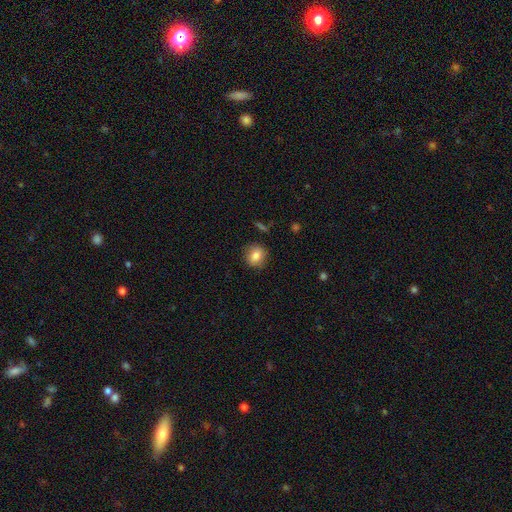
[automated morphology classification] Smooth or featured? smooth (83%)
How rounded? round (78%)
Merging? none (85%)